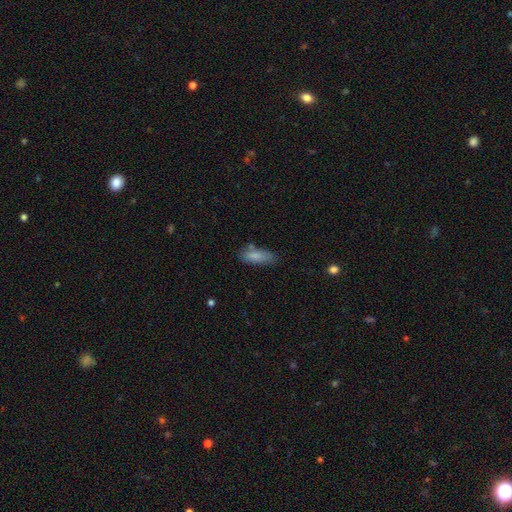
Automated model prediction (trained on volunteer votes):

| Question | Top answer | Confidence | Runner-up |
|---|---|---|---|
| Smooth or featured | smooth | 84% | featured or disk (9%) |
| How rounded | in between | 66% | cigar-shaped (32%) |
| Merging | none | 65% | minor disturbance (23%) |